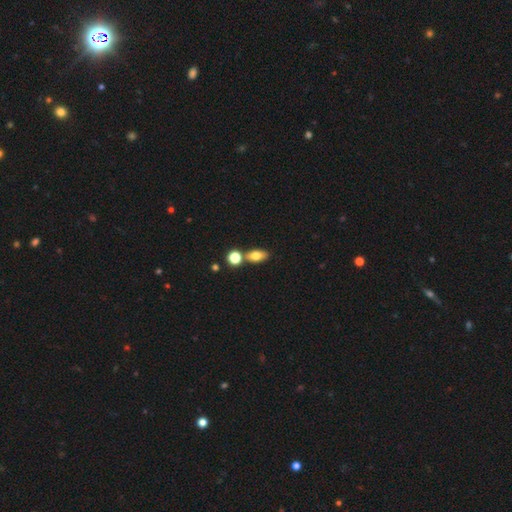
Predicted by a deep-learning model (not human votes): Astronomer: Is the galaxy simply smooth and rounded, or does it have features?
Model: smooth — 76%.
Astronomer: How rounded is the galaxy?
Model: in between — 82%.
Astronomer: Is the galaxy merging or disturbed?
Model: none — 64%.